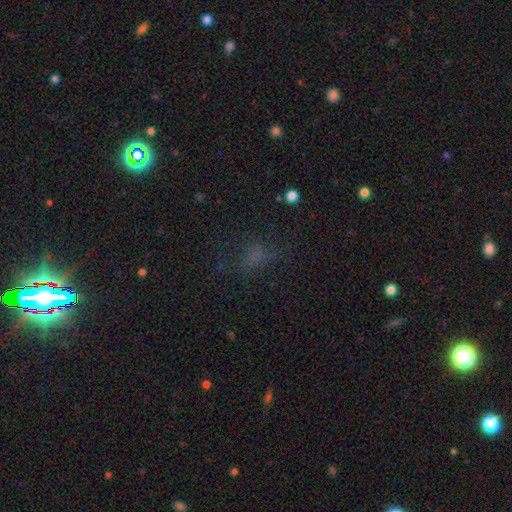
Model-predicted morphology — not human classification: Q: Smooth or featured?
A: smooth (55%); runner-up: star or artifact (31%)
Q: How rounded?
A: in between (64%); runner-up: round (29%)
Q: Merging?
A: none (61%); runner-up: minor disturbance (20%)